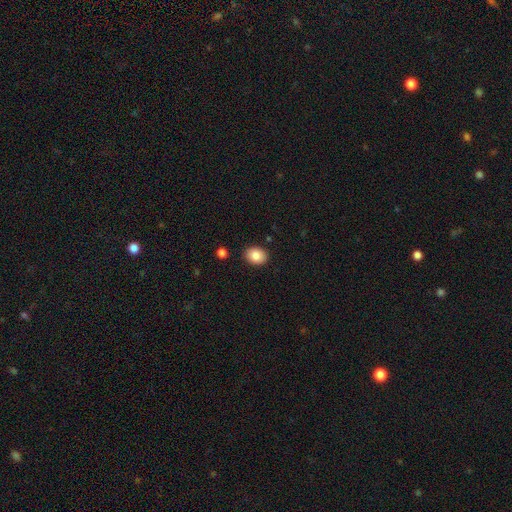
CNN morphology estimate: type=smooth (86%); roundness=in between (63%); merging=none (88%).